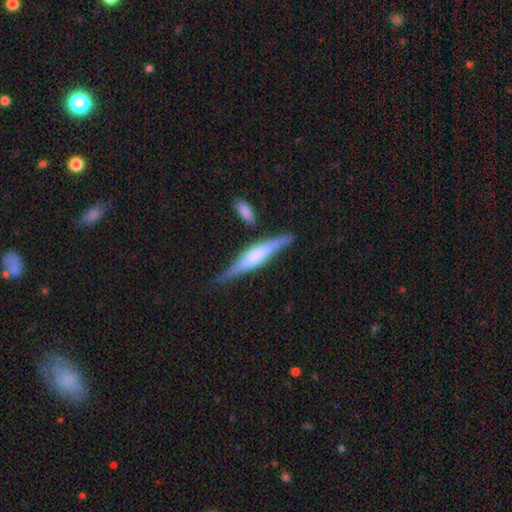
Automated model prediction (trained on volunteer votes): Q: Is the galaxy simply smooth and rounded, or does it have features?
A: featured or disk — 65%.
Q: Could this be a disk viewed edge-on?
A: yes — 96%.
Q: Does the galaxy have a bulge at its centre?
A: boxy — 45%.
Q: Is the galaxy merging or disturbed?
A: none — 72%.